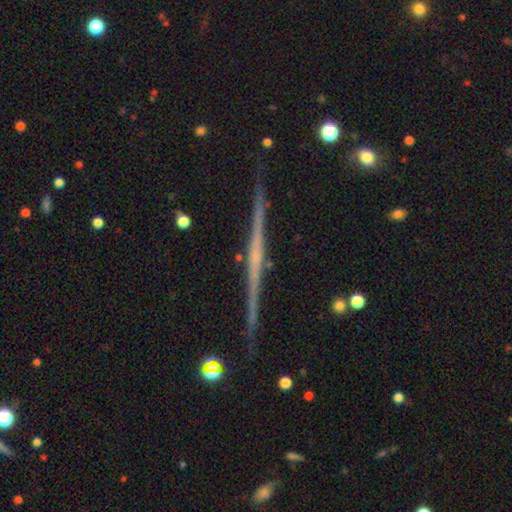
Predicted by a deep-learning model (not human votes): Smooth or featured? featured or disk (80%)
Edge-on disk? yes (98%)
Edge-on bulge? none (67%)
Merging? none (90%)